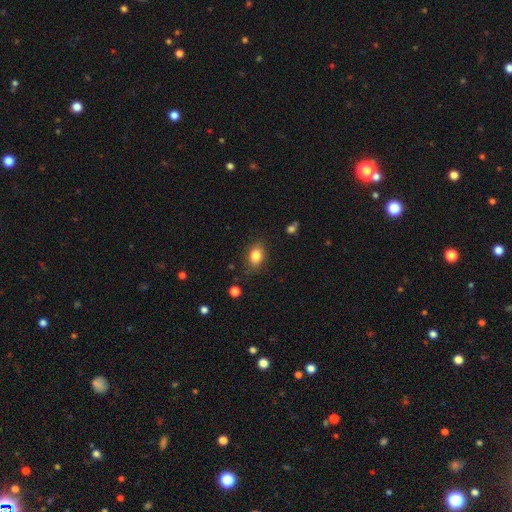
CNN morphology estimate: type=smooth (85%); roundness=in between (76%); merging=none (82%).